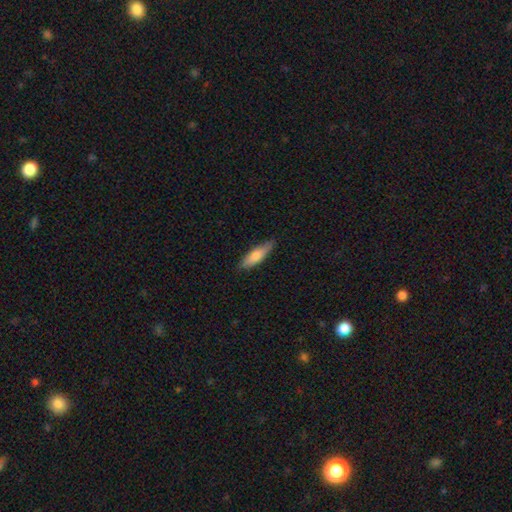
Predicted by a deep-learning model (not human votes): Q: Smooth or featured?
A: smooth (71%); runner-up: featured or disk (23%)
Q: How rounded?
A: cigar-shaped (62%); runner-up: in between (36%)
Q: Merging?
A: none (84%); runner-up: minor disturbance (13%)